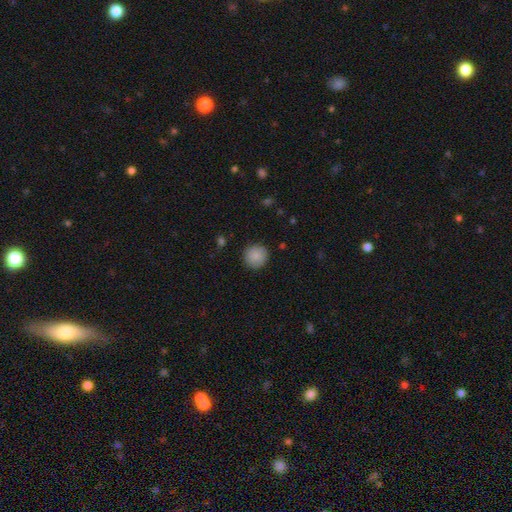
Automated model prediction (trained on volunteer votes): smooth-or-featured: smooth: 88% | star or artifact: 8% | featured or disk: 4%
  how-rounded: round: 95% | in between: 4% | cigar-shaped: 1%
  merging: none: 90% | minor disturbance: 7% | major disturbance: 2% | merger: 1%